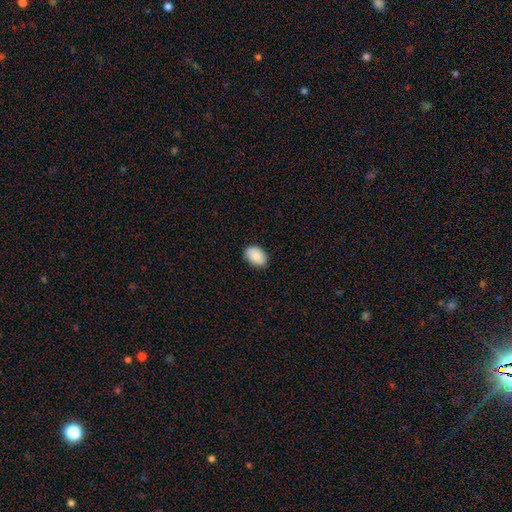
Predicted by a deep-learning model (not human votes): smooth-or-featured: smooth: 88% | star or artifact: 7% | featured or disk: 6%
  how-rounded: in between: 83% | round: 16% | cigar-shaped: 1%
  merging: none: 84% | minor disturbance: 13% | major disturbance: 2% | merger: 1%